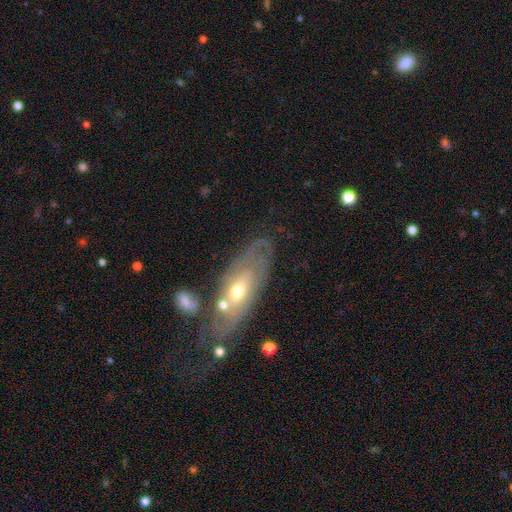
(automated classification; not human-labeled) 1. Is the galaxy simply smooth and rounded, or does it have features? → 74% featured or disk, 18% smooth, 8% star or artifact.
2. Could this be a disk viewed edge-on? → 83% no, 17% yes.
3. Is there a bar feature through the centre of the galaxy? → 72% no, 22% weak, 6% strong.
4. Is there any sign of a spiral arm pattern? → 75% yes, 25% no.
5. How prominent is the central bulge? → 62% moderate, 32% small, 4% large, 1% none, 1% dominant.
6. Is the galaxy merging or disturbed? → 60% none, 20% minor disturbance, 11% major disturbance, 9% merger.